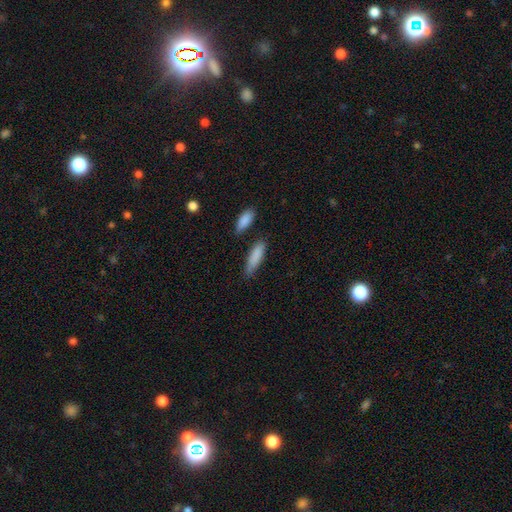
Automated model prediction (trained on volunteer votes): Overall: smooth (86%). How rounded: cigar-shaped (55%; in between 43%). Merging: none (73%).